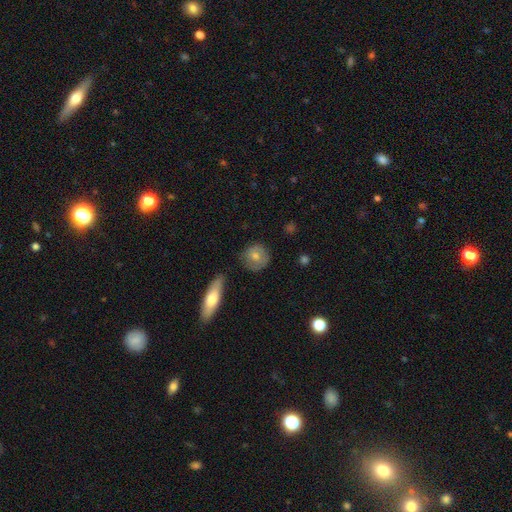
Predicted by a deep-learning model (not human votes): The model was most divided on "smooth or featured": smooth: 70%, featured or disk: 24%, star or artifact: 7%. More confident: how rounded — round (87%); merging — none (71%).